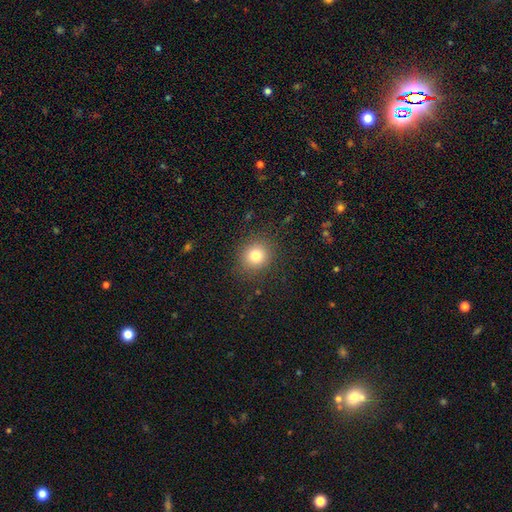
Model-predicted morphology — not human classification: Overall: smooth (80%). How rounded: round (83%). Merging: none (87%).